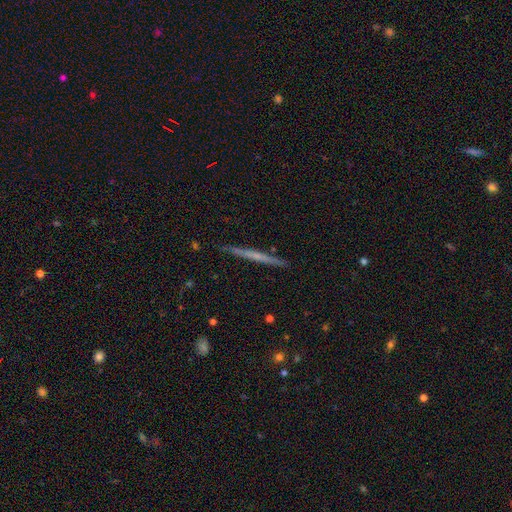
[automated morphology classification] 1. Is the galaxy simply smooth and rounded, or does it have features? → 61% featured or disk, 32% smooth, 6% star or artifact.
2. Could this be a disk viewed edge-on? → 98% yes, 2% no.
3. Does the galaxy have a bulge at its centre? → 72% none, 22% rounded, 6% boxy.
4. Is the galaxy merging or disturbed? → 91% none, 7% minor disturbance, 1% major disturbance, 1% merger.